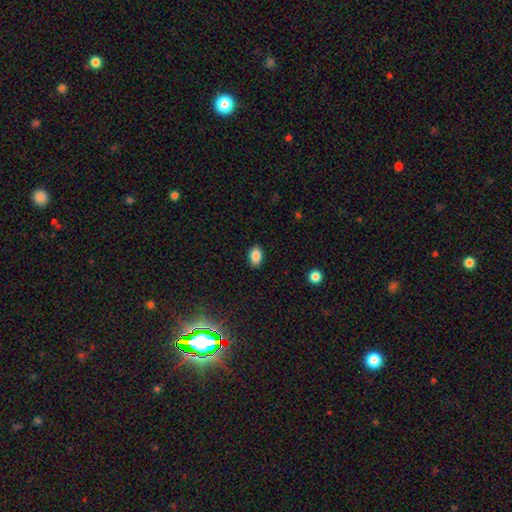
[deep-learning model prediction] The model was most divided on "how rounded": in between: 86%, round: 13%, cigar-shaped: 1%. More confident: merging — none (89%); smooth or featured — smooth (87%).